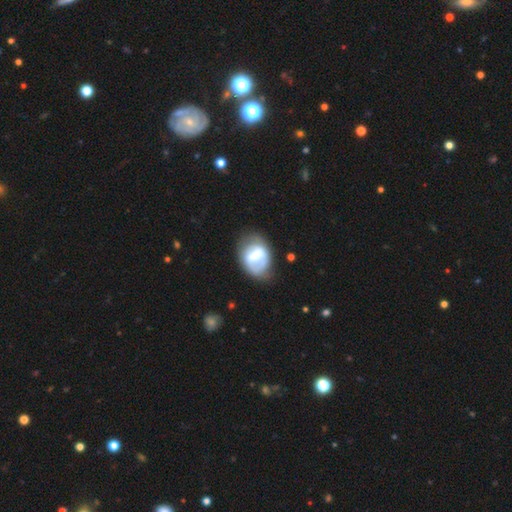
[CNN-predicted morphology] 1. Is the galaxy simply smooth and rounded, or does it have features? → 47% featured or disk, 46% smooth, 7% star or artifact.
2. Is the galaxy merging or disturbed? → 55% none, 27% minor disturbance, 14% major disturbance, 4% merger.